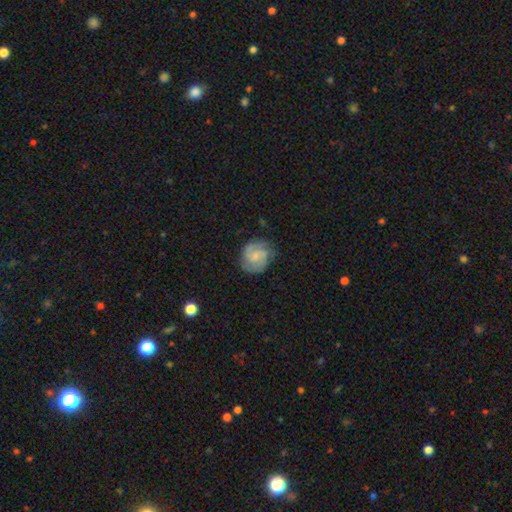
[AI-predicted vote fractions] The model was most divided on "spiral winding": medium: 46%, tight: 42%, loose: 13%. More confident: edge-on disk — no (98%); spiral arms — yes (93%); merging — none (74%); smooth or featured — featured or disk (69%); spiral arm count — 2 (66%); bar — no (53%); bulge size — small (52%).